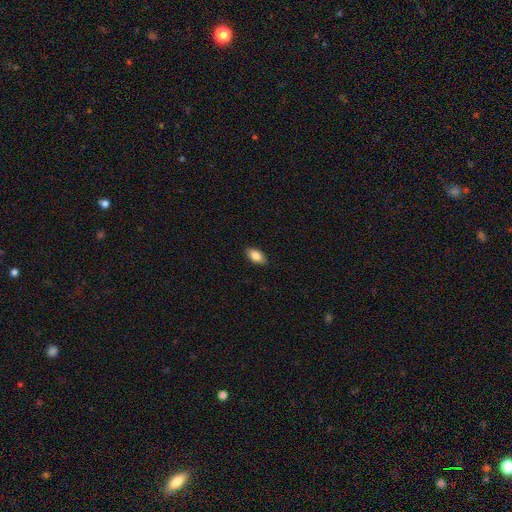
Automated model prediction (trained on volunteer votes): A smooth galaxy with no disk features (85%) that is in between round and cigar-shaped (91%). Merging: none (88%).